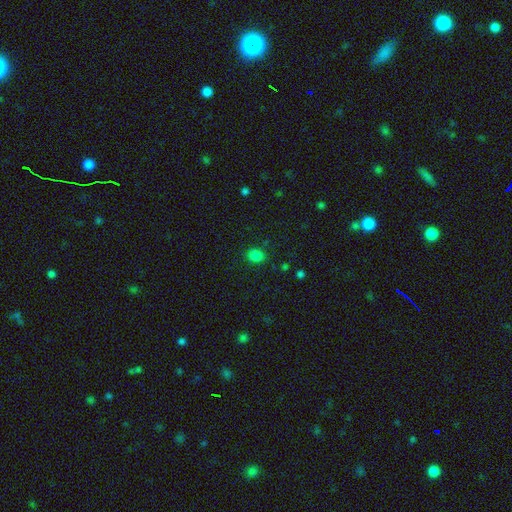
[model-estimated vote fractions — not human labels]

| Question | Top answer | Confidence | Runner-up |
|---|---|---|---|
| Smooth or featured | smooth | 83% | star or artifact (14%) |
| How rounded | round | 65% | in between (34%) |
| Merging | none | 87% | minor disturbance (9%) |